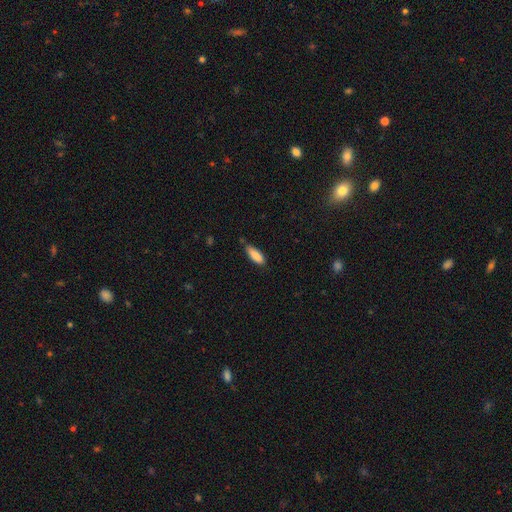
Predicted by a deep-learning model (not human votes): Q: Smooth or featured?
A: smooth (87%); runner-up: star or artifact (6%)
Q: How rounded?
A: in between (64%); runner-up: cigar-shaped (35%)
Q: Merging?
A: none (75%); runner-up: minor disturbance (20%)